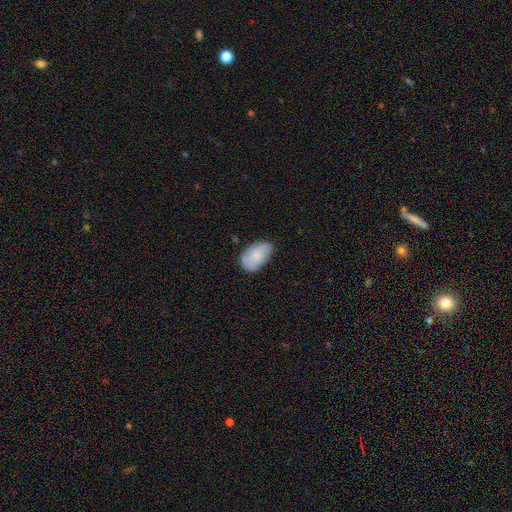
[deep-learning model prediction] Smooth or featured? smooth (78%)
How rounded? in between (92%)
Merging? none (62%)